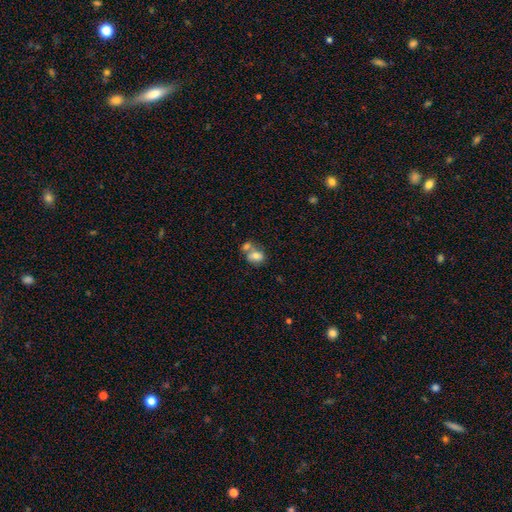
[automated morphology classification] smooth 72%, featured or disk 19%, star or artifact 9%. Down the decision tree: how rounded — in between (58%); merging — merger (55%).